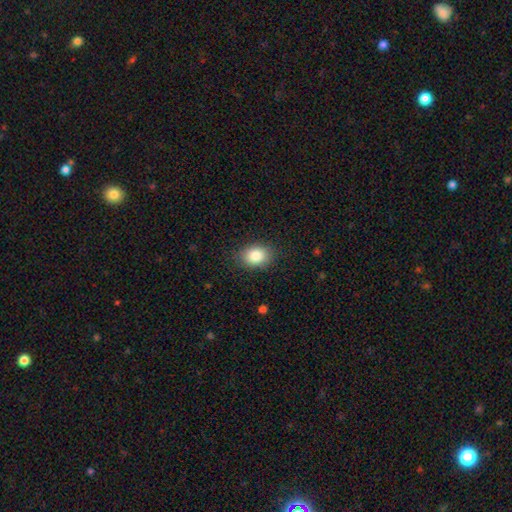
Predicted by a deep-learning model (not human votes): A smooth galaxy with no disk features (86%) that is in between round and cigar-shaped (68%). Merging: none (85%).